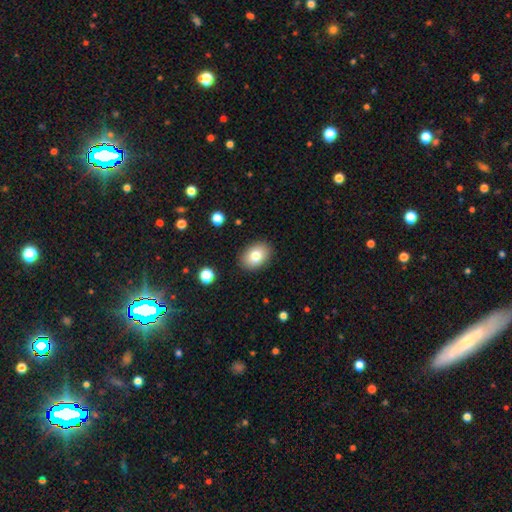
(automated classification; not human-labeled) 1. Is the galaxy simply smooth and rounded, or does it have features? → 80% smooth, 11% featured or disk, 9% star or artifact.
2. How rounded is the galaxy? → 75% in between, 24% round, 1% cigar-shaped.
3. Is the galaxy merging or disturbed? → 88% none, 8% minor disturbance, 2% major disturbance, 1% merger.